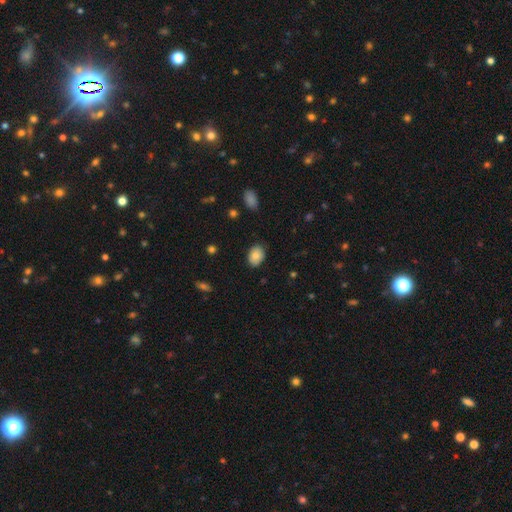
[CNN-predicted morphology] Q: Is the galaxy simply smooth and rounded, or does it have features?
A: smooth — 82%.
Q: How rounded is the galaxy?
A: in between — 74%.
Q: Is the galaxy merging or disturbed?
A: none — 81%.